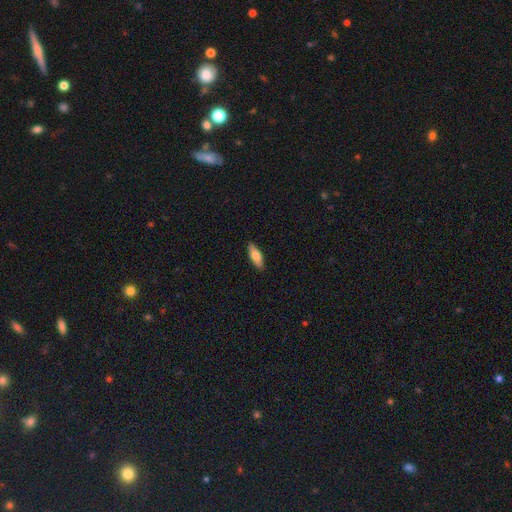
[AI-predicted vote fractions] This appears to be a smooth galaxy with no disk features (73%) that is in between round and cigar-shaped (60%). Merging: none (90%).